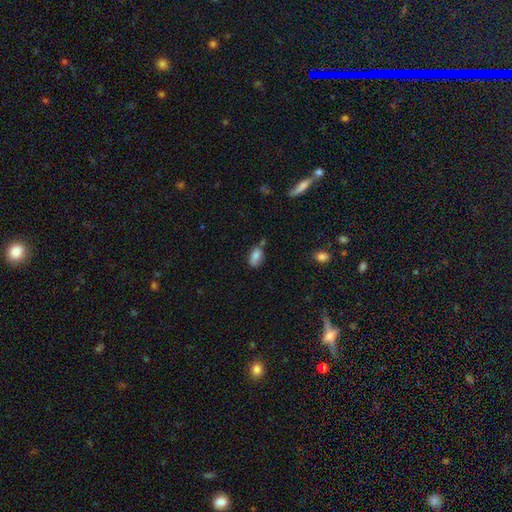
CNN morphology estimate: Smooth or featured? Predicted: smooth (p=0.77). How rounded? Predicted: in between (p=0.87). Merging? Predicted: none (p=0.53).